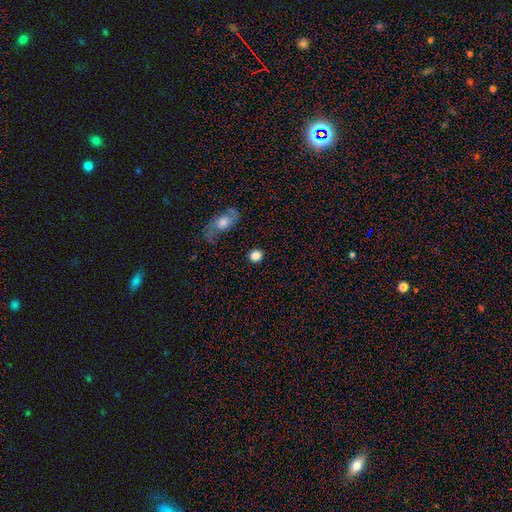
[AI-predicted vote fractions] Q: Smooth or featured?
A: smooth (84%); runner-up: star or artifact (9%)
Q: How rounded?
A: round (84%); runner-up: in between (14%)
Q: Merging?
A: none (87%); runner-up: minor disturbance (7%)